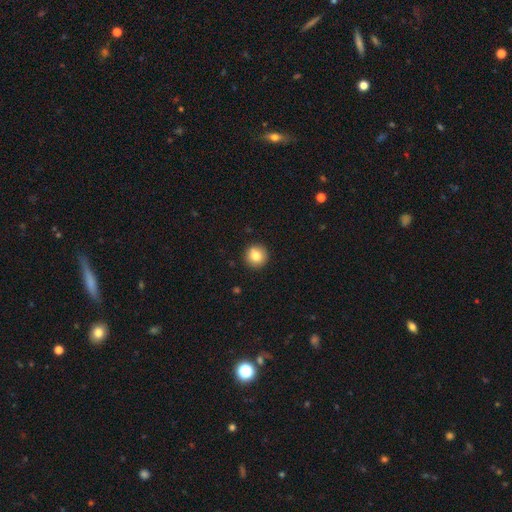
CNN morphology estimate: smooth-or-featured: smooth: 81% | star or artifact: 10% | featured or disk: 9%
  how-rounded: round: 95% | in between: 4% | cigar-shaped: 1%
  merging: none: 91% | minor disturbance: 6% | major disturbance: 2% | merger: 1%